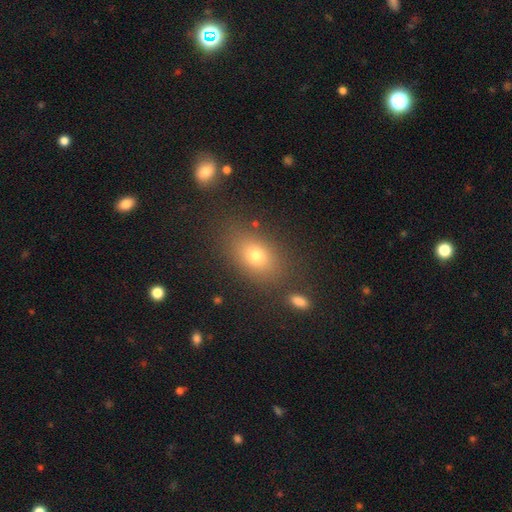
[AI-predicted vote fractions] Morphology: type=smooth (74%); roundness=in between (75%); merging=none (80%).